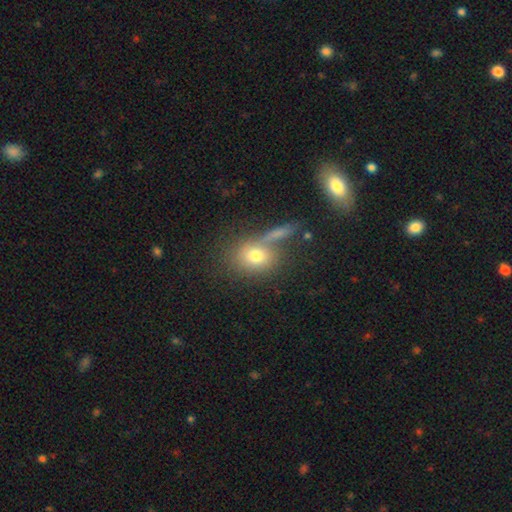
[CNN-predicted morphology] Smooth or featured? Predicted: smooth (p=0.73). How rounded? Predicted: round (p=0.59). Merging? Predicted: none (p=0.52).